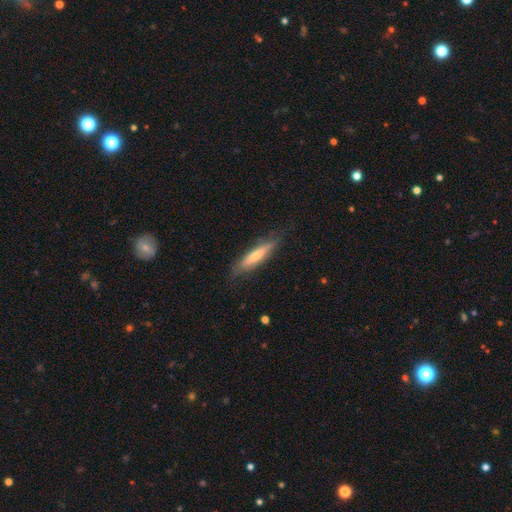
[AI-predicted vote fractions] Smooth or featured?
  - smooth: 50% *
  - featured or disk: 43%
  - star or artifact: 7%
Merging?
  - none: 81% *
  - minor disturbance: 14%
  - major disturbance: 3%
  - merger: 1%